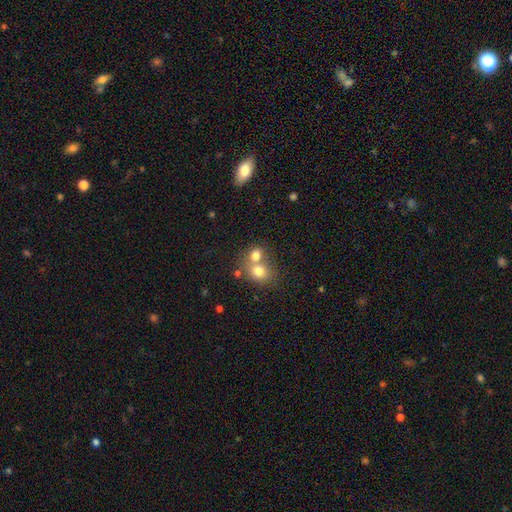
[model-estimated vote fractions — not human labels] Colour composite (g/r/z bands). It shows a smooth galaxy with no disk features (75%) that is round (60%). Merging: merger (58%).